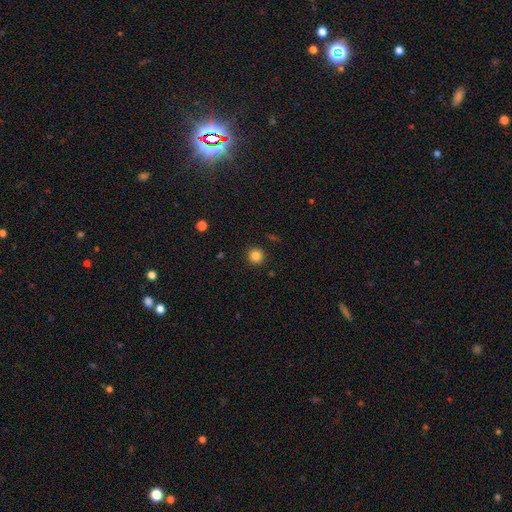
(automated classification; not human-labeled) A smooth galaxy with no disk features (84%) that is round (95%). Merging: none (91%).